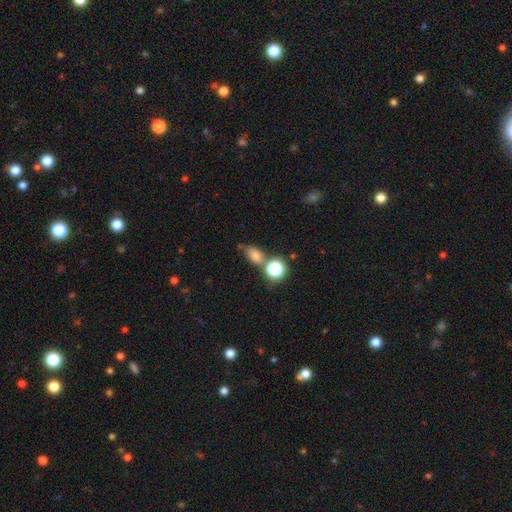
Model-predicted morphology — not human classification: smooth_or_featured: smooth (p=0.72) [alt: star or artifact p=0.18]
how_rounded: in between (p=0.65) [alt: round p=0.32]
merging: none (p=0.53) [alt: merger p=0.24]